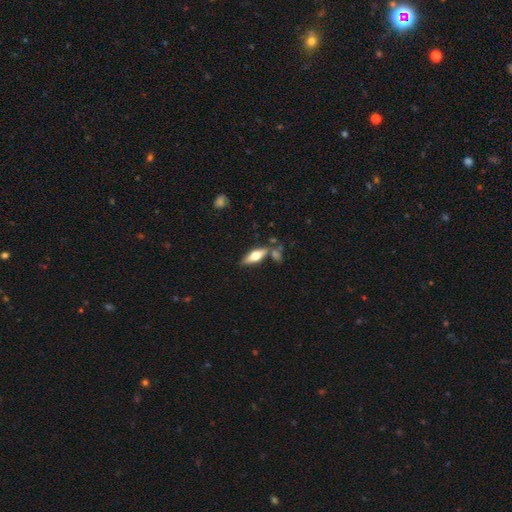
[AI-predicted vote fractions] This is possibly a featured or disk galaxy (47%). Merging: likely none (69%).